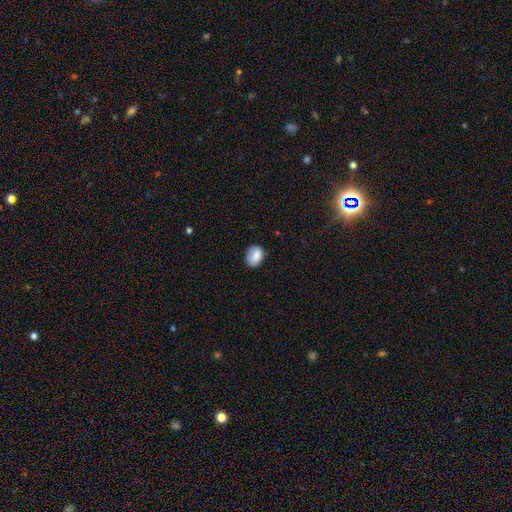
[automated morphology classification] A smooth galaxy with no disk features (85%) that is in between round and cigar-shaped (63%).

Vote fractions:
- Smooth or featured? smooth: 85% / star or artifact: 8% / featured or disk: 7%
- How rounded? in between: 63% / round: 36% / cigar-shaped: 1%
- Merging? none: 73% / minor disturbance: 21% / major disturbance: 5% / merger: 1%